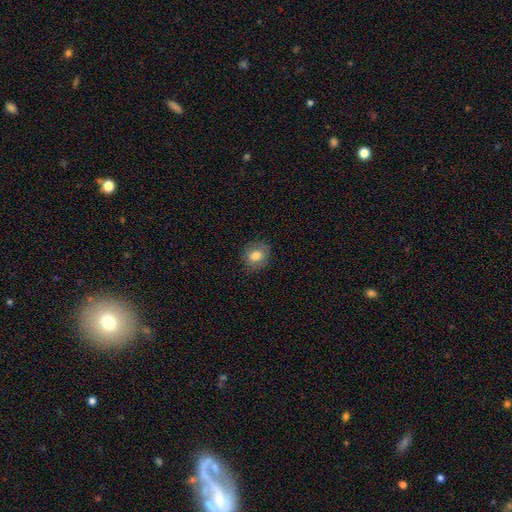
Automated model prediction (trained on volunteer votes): Smooth or featured: smooth — 79% (featured or disk — 12%)
How rounded: round — 61% (in between — 38%)
Merging: none — 85% (minor disturbance — 11%)